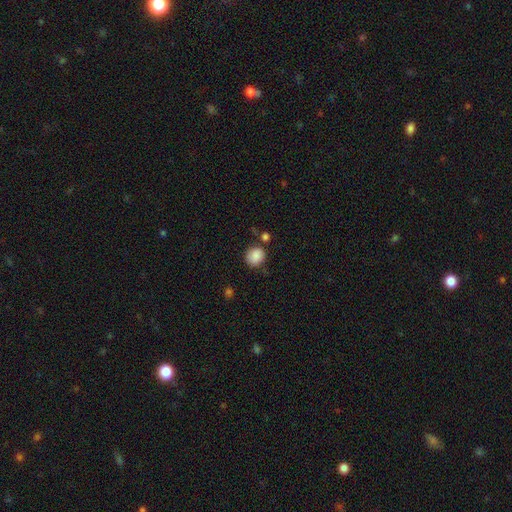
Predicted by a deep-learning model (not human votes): Smooth or featured? Predicted: smooth (p=0.86). How rounded? Predicted: round (p=0.76). Merging? Predicted: none (p=0.72).